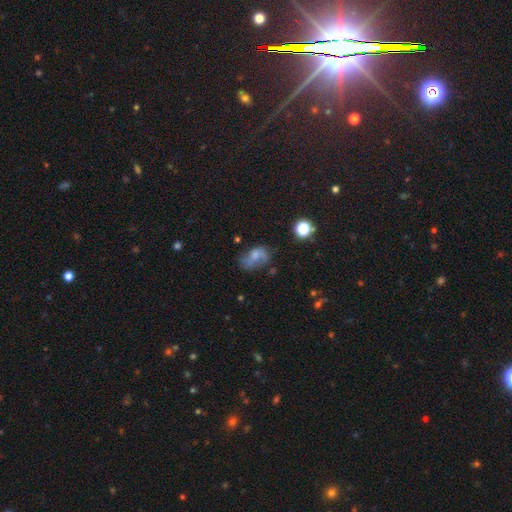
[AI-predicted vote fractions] A smooth galaxy with no disk features (50%). Merging: none (34%).